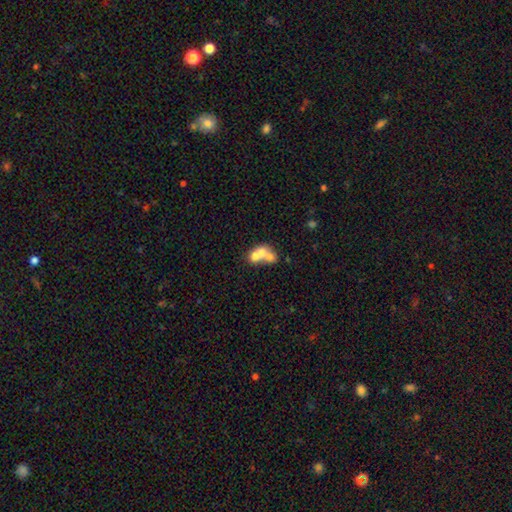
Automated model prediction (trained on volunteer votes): Smooth or featured? smooth (57%)
How rounded? in between (54%)
Merging? merger (69%)